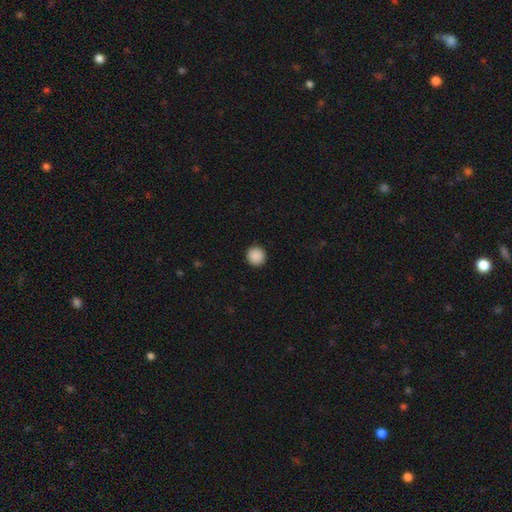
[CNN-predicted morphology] Smooth or featured: smooth — 90% (star or artifact — 8%)
How rounded: round — 94% (in between — 5%)
Merging: none — 93% (minor disturbance — 5%)